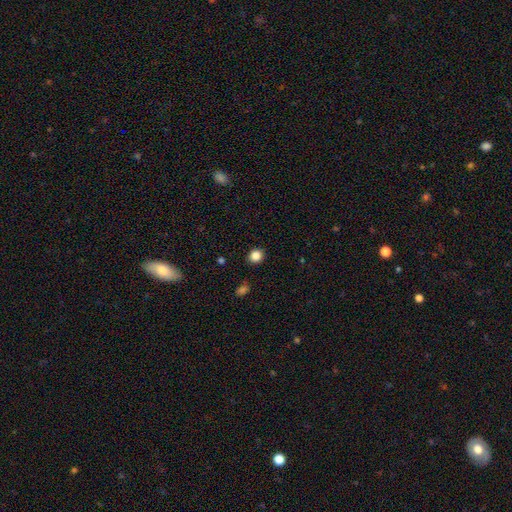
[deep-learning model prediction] Smooth or featured? smooth (85%)
How rounded? round (87%)
Merging? none (90%)